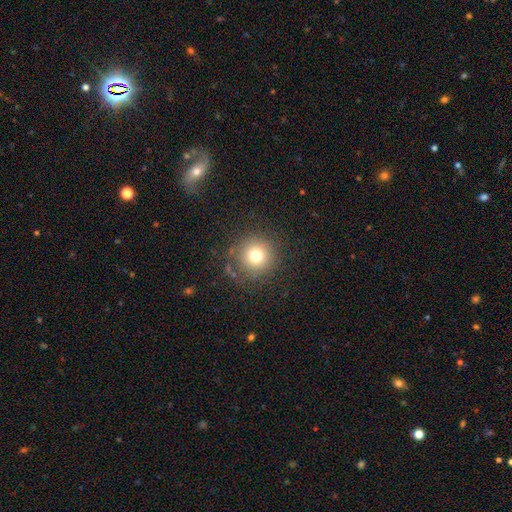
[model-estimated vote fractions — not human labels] smooth-or-featured: smooth: 74% | star or artifact: 16% | featured or disk: 11%
  how-rounded: round: 95% | in between: 4% | cigar-shaped: 1%
  merging: none: 84% | minor disturbance: 9% | major disturbance: 5% | merger: 2%